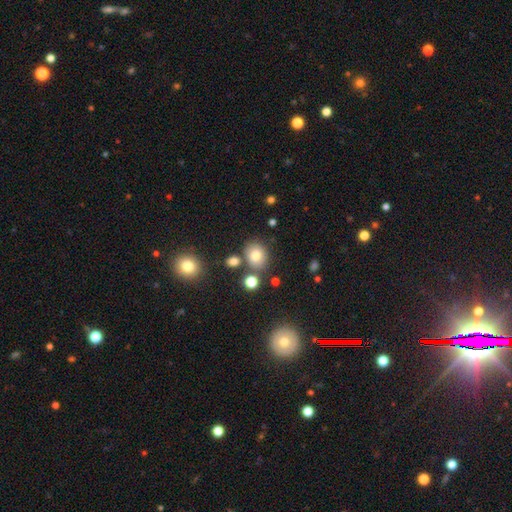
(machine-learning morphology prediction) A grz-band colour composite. It shows a smooth galaxy with no disk features (77%) that is round (59%). Merging: none (73%).